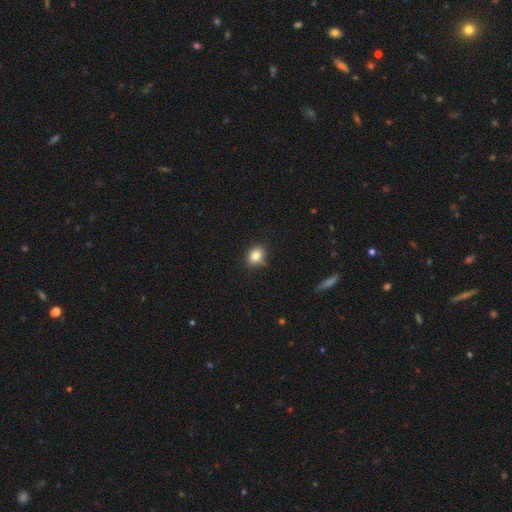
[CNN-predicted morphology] Smooth or featured?
  - smooth: 82% *
  - star or artifact: 11%
  - featured or disk: 7%
How rounded?
  - in between: 52% *
  - round: 47%
  - cigar-shaped: 1%
Merging?
  - none: 73% *
  - minor disturbance: 20%
  - major disturbance: 4%
  - merger: 2%